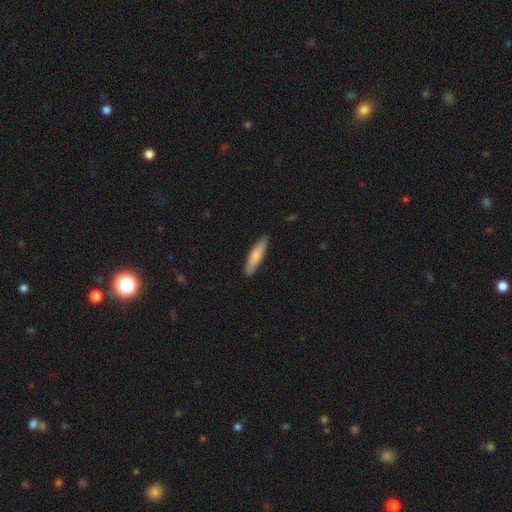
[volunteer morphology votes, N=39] This is likely a smooth galaxy (74%). How rounded: clearly cigar-shaped (93%). Merging: clearly none (100%).